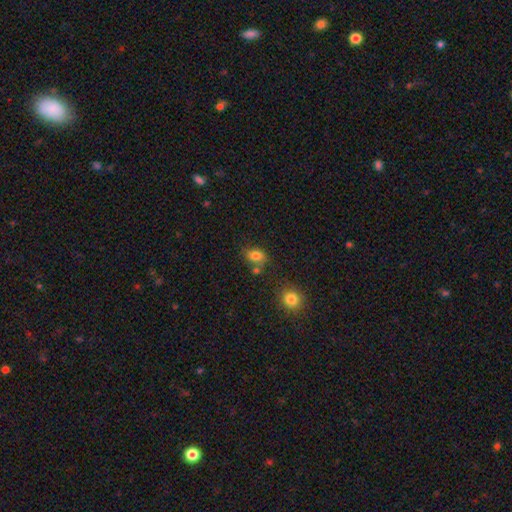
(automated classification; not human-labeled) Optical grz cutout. It shows a smooth galaxy with no disk features (80%) that is in between round and cigar-shaped (71%). Merging: none (59%).